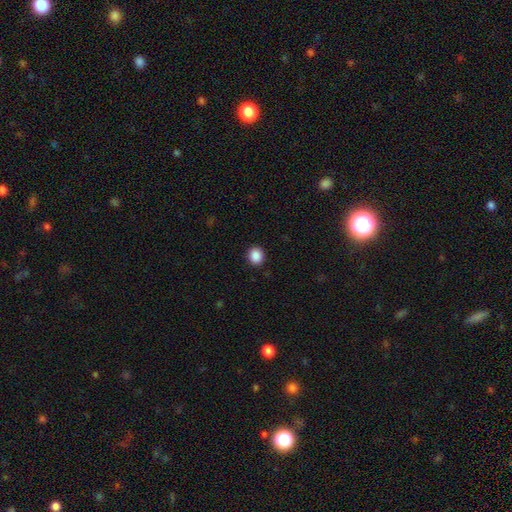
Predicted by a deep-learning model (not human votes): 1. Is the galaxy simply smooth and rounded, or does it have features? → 89% smooth, 9% star or artifact, 2% featured or disk.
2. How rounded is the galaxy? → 81% round, 19% in between, 1% cigar-shaped.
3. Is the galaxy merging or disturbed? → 91% none, 6% minor disturbance, 2% major disturbance, 1% merger.